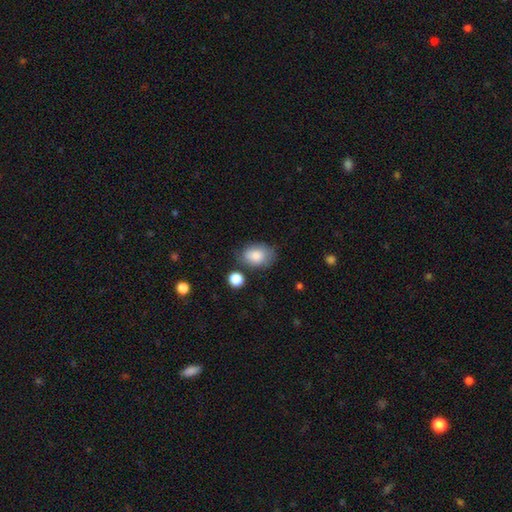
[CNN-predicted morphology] Q: Smooth or featured?
A: smooth (83%); runner-up: featured or disk (9%)
Q: How rounded?
A: in between (78%); runner-up: round (21%)
Q: Merging?
A: none (64%); runner-up: minor disturbance (23%)